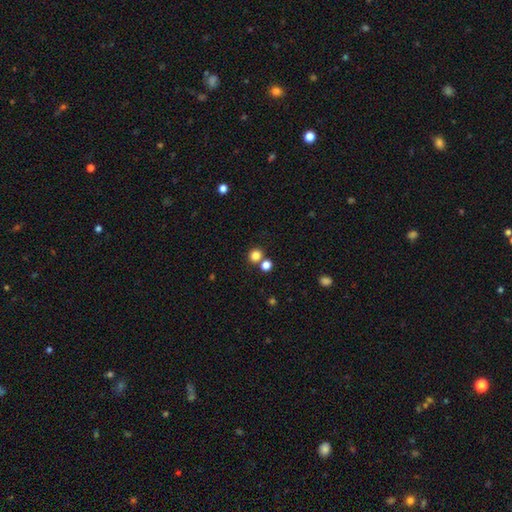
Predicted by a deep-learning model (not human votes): smooth 82%, star or artifact 13%, featured or disk 5%. Down the decision tree: how rounded — round (86%); merging — none (70%).